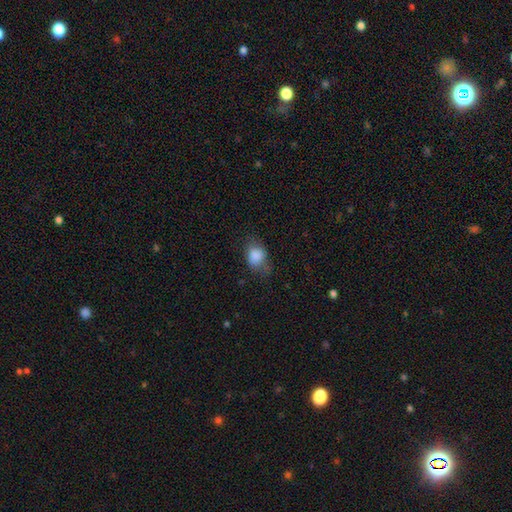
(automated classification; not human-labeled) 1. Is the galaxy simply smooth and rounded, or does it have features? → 84% smooth, 8% star or artifact, 8% featured or disk.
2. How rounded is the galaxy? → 62% in between, 36% round, 1% cigar-shaped.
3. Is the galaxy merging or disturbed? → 54% none, 32% minor disturbance, 13% major disturbance, 2% merger.